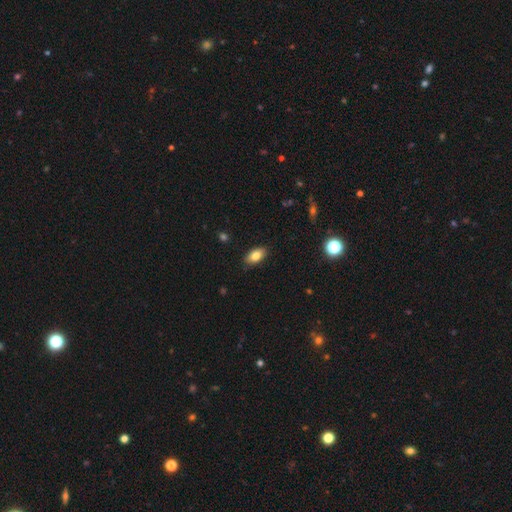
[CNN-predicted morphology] Overall: smooth (81%). How rounded: in between (91%). Merging: none (87%).